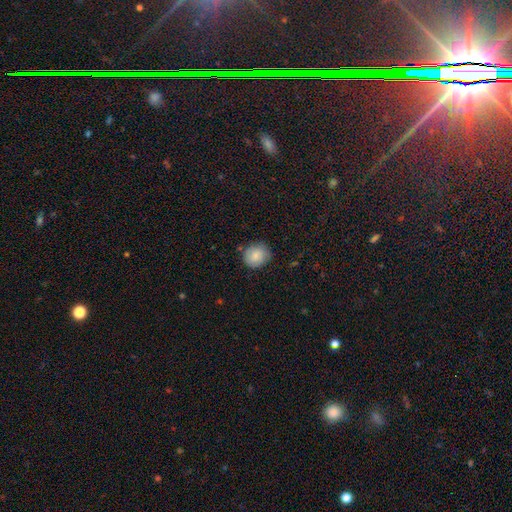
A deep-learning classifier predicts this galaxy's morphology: This appears to be a smooth galaxy with no disk features (83%) that is round (77%). Merging: none (78%).